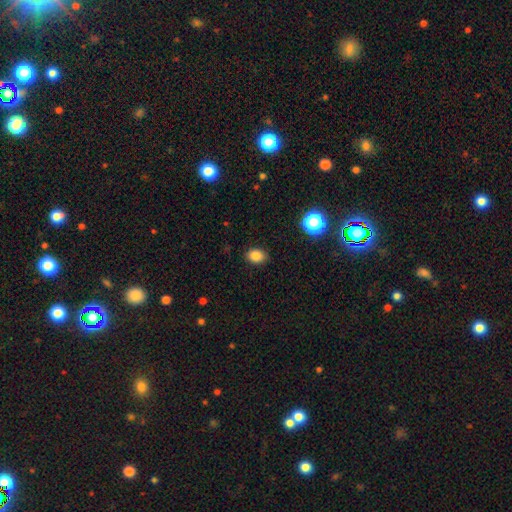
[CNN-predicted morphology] A smooth galaxy with no disk features (84%) that is in between round and cigar-shaped (61%).

Vote fractions:
- Smooth or featured? smooth: 84% / star or artifact: 11% / featured or disk: 5%
- How rounded? in between: 61% / round: 38% / cigar-shaped: 1%
- Merging? none: 88% / minor disturbance: 8% / major disturbance: 2% / merger: 1%